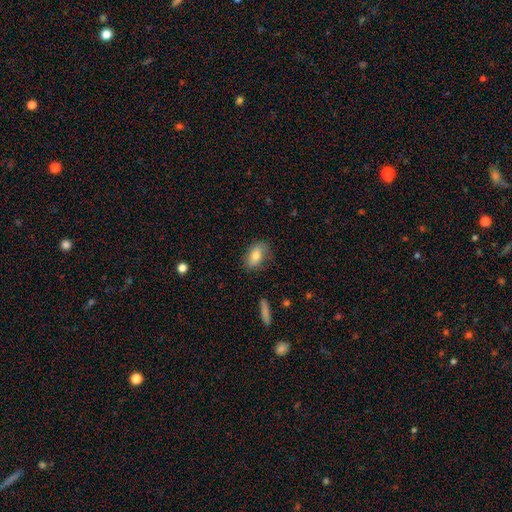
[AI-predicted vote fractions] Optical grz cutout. It shows a smooth galaxy with no disk features (75%) that is in between round and cigar-shaped (88%). Merging: none (74%).